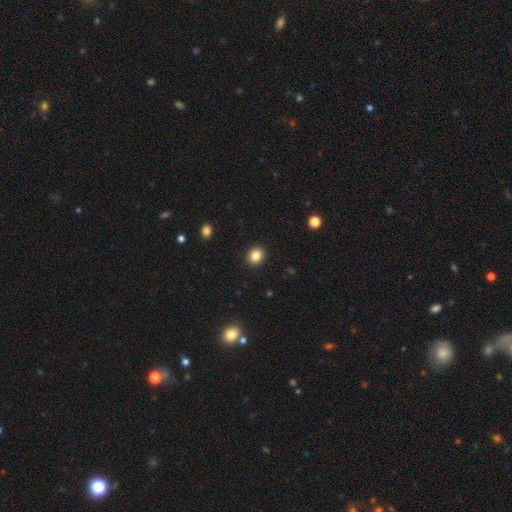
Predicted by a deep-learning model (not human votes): Overall: smooth (85%). How rounded: round (72%). Merging: none (91%).